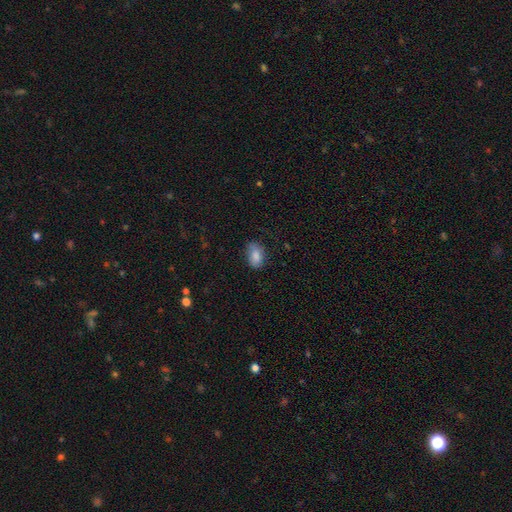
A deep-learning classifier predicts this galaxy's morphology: smooth_or_featured: smooth (p=0.83) [alt: featured or disk p=0.09]
how_rounded: in between (p=0.88) [alt: round p=0.10]
merging: none (p=0.71) [alt: minor disturbance p=0.22]